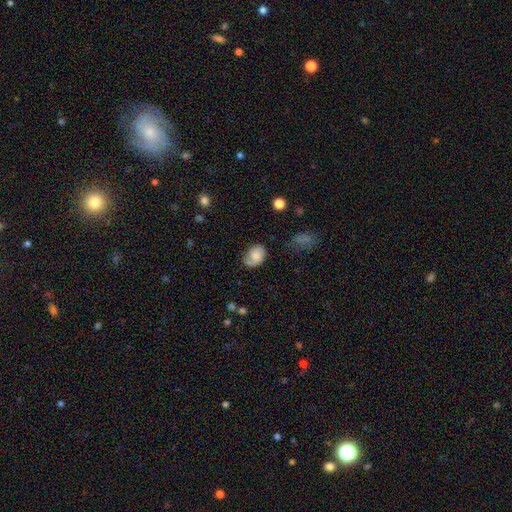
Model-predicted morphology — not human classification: The model was most divided on "merging": none: 53%, minor disturbance: 28%, major disturbance: 16%, merger: 3%. More confident: how rounded — in between (70%); smooth or featured — smooth (60%).